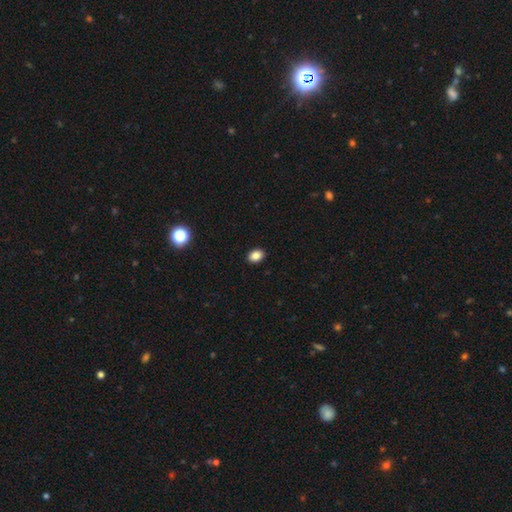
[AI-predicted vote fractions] Smooth or featured? smooth (86%)
How rounded? in between (77%)
Merging? none (91%)